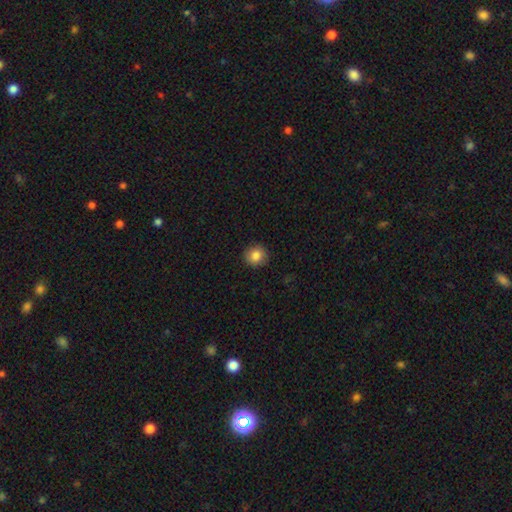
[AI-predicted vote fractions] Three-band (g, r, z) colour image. It shows a smooth galaxy with no disk features (84%) that is round (91%). Merging: none (91%).